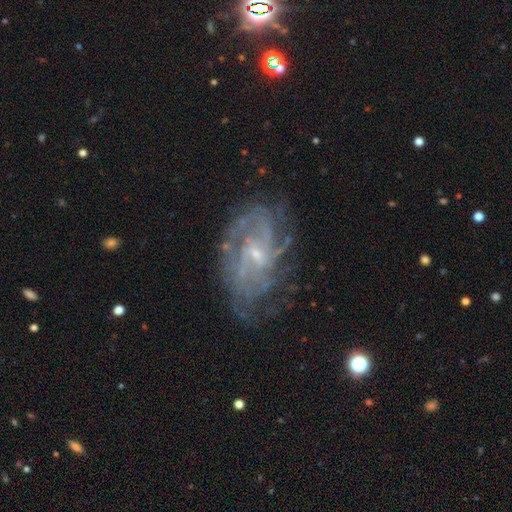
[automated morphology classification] Q: Smooth or featured?
A: featured or disk (83%); runner-up: star or artifact (9%)
Q: Edge-on disk?
A: no (97%); runner-up: yes (3%)
Q: Bar?
A: weak (45%); tied with: no (45%)
Q: Spiral arms?
A: yes (93%); runner-up: no (7%)
Q: Spiral winding?
A: tight (51%); runner-up: medium (37%)
Q: Spiral arm count?
A: can't tell (37%); runner-up: 2 (18%)
Q: Bulge size?
A: small (77%); runner-up: moderate (16%)
Q: Merging?
A: none (70%); runner-up: minor disturbance (19%)